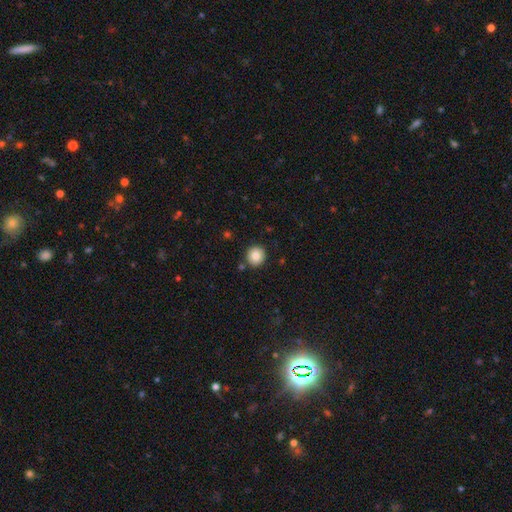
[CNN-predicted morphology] Smooth or featured? Predicted: smooth (p=0.84). How rounded? Predicted: round (p=0.92). Merging? Predicted: none (p=0.88).